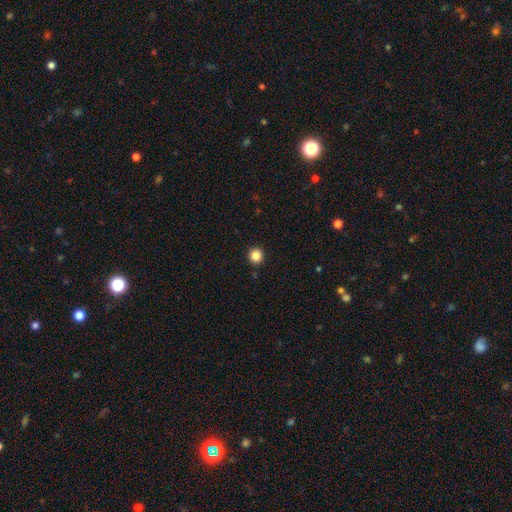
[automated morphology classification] Q: Smooth or featured?
A: smooth (85%); runner-up: star or artifact (11%)
Q: How rounded?
A: round (95%); runner-up: in between (4%)
Q: Merging?
A: none (93%); runner-up: minor disturbance (4%)